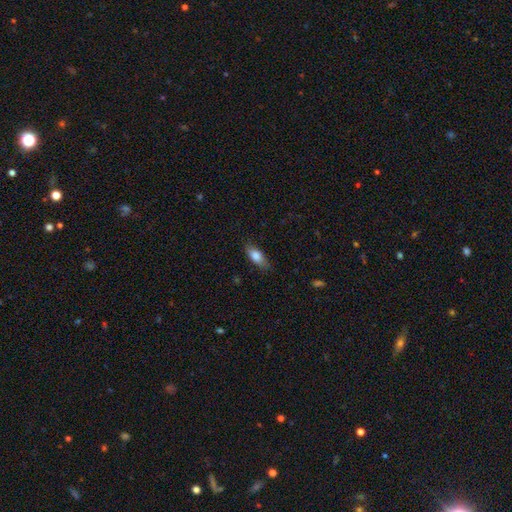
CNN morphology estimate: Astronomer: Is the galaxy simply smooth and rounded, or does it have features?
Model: smooth — 80%.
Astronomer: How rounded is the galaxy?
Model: in between — 77%.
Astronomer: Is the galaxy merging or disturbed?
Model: none — 79%.